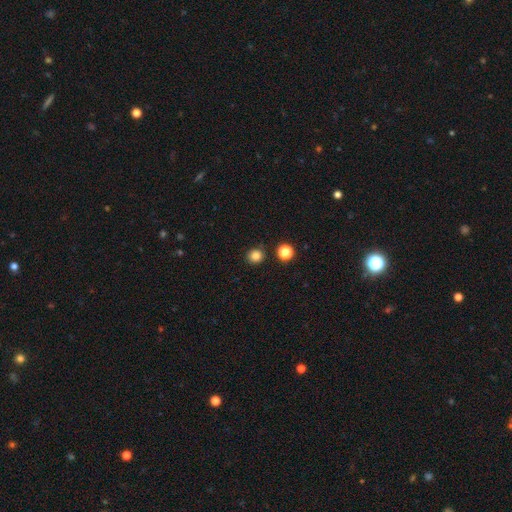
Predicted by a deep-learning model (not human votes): smooth-or-featured: smooth: 83% | star or artifact: 13% | featured or disk: 4%
  how-rounded: round: 91% | in between: 8% | cigar-shaped: 1%
  merging: none: 87% | minor disturbance: 7% | merger: 4% | major disturbance: 2%